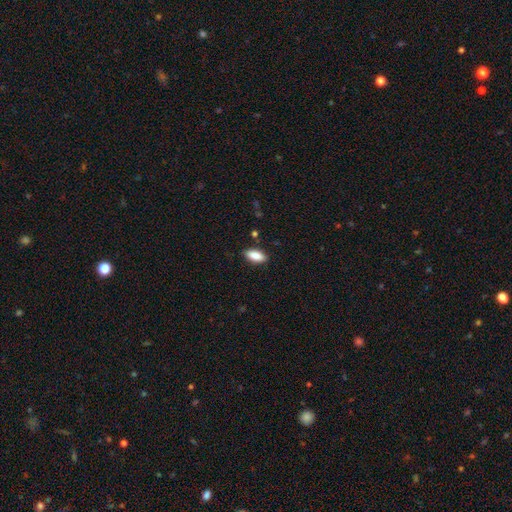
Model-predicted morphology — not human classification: smooth 86%, featured or disk 7%, star or artifact 7%. Down the decision tree: how rounded — in between (87%); merging — none (86%).